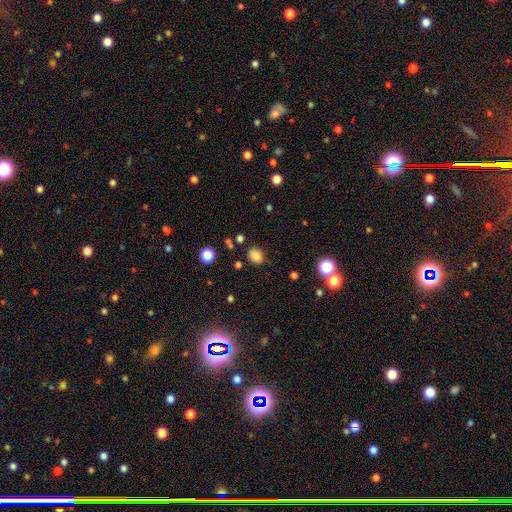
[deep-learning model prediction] The model was most divided on "how rounded": round: 63%, in between: 36%, cigar-shaped: 1%. More confident: smooth or featured — smooth (82%); merging — none (81%).